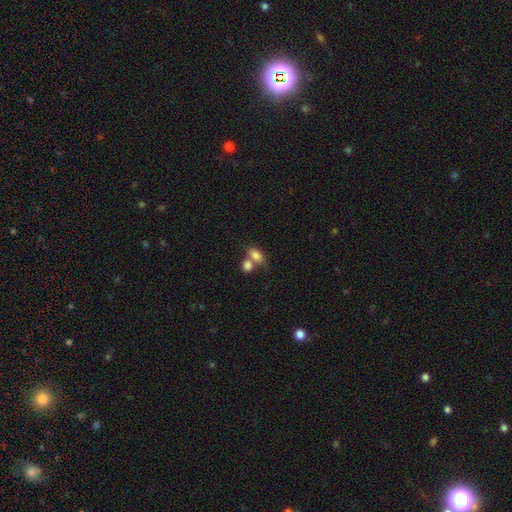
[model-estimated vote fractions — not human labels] smooth-or-featured: smooth: 80% | featured or disk: 10% | star or artifact: 9%
  how-rounded: in between: 83% | round: 13% | cigar-shaped: 4%
  merging: merger: 52% | none: 34% | minor disturbance: 9% | major disturbance: 5%